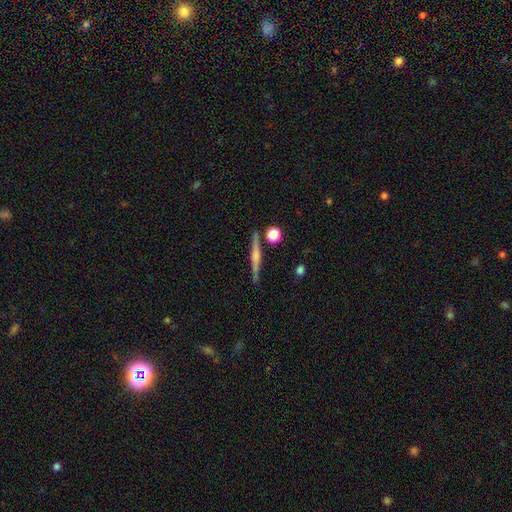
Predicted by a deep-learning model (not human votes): Smooth or featured: featured or disk — 65% (smooth — 28%)
Edge-on disk: yes — 98% (no — 2%)
Edge-on bulge: rounded — 65% (boxy — 18%)
Merging: none — 86% (minor disturbance — 8%)